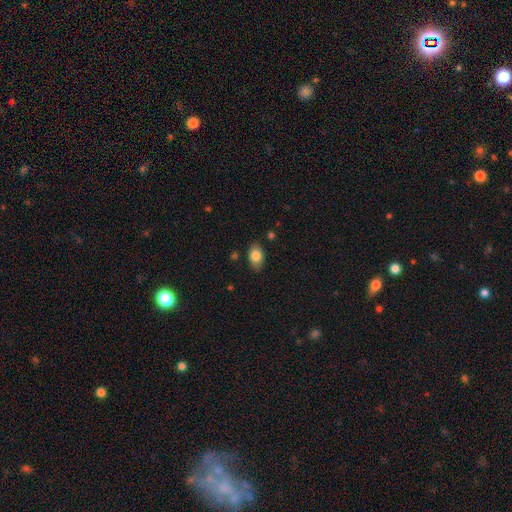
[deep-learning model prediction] Smooth or featured: smooth — 83% (featured or disk — 10%)
How rounded: in between — 86% (round — 12%)
Merging: none — 83% (minor disturbance — 13%)